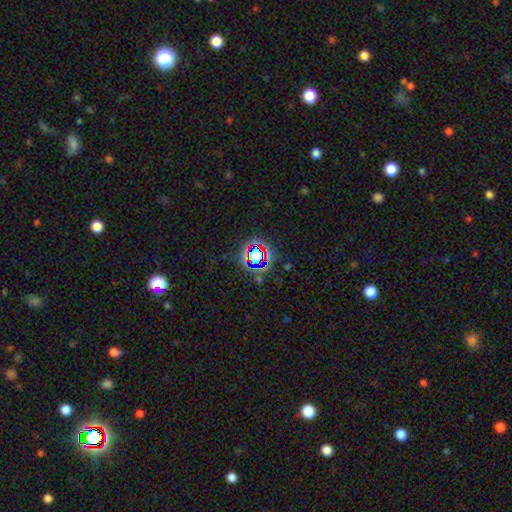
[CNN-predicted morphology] star or artifact 69%, smooth 20%, featured or disk 12%.